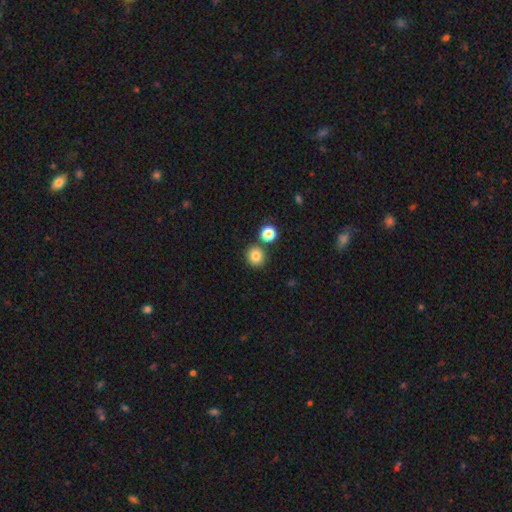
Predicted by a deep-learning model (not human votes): smooth_or_featured: smooth (p=0.83) [alt: star or artifact p=0.12]
how_rounded: round (p=0.89) [alt: in between p=0.10]
merging: none (p=0.79) [alt: merger p=0.11]